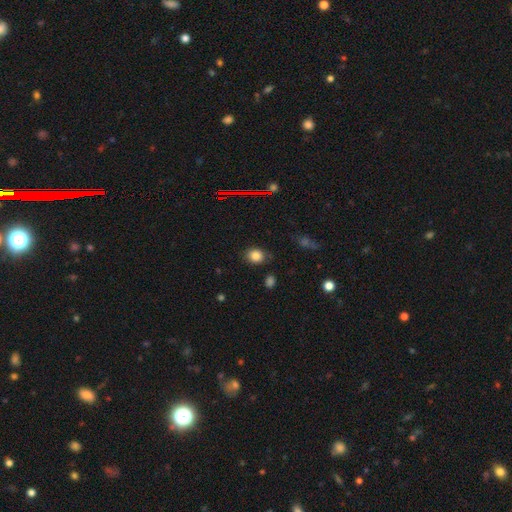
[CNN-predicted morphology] Smooth or featured?
  - smooth: 82% *
  - star or artifact: 12%
  - featured or disk: 6%
How rounded?
  - round: 68% *
  - in between: 31%
  - cigar-shaped: 1%
Merging?
  - none: 81% *
  - minor disturbance: 13%
  - major disturbance: 4%
  - merger: 3%